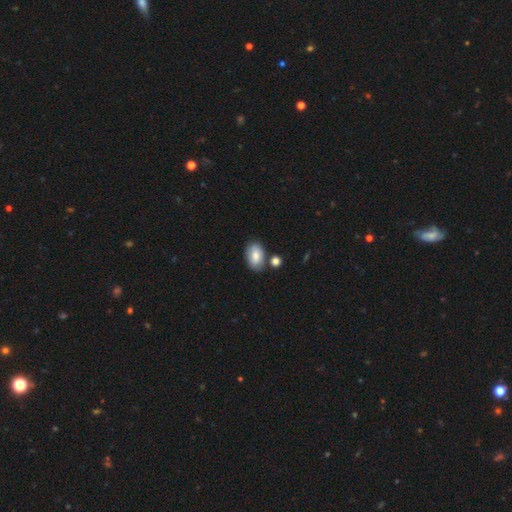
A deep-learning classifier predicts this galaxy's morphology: Smooth or featured? smooth (75%)
How rounded? in between (91%)
Merging? none (70%)